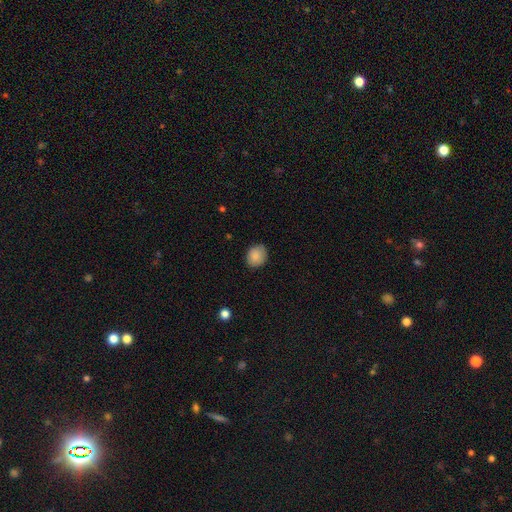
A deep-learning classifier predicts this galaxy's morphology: type=smooth (88%); roundness=round (58%); merging=none (83%).